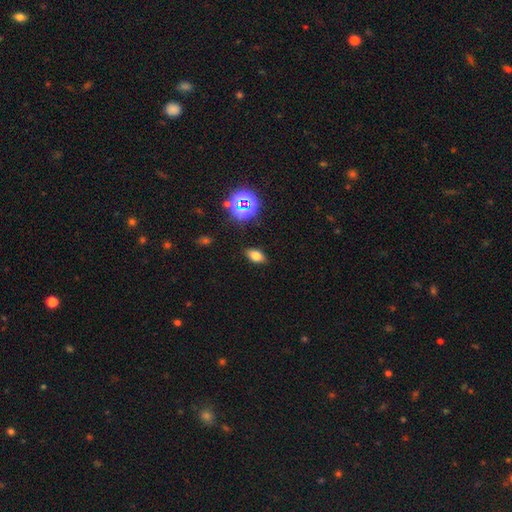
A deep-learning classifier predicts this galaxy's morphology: Smooth or featured: smooth — 70% (star or artifact — 19%)
How rounded: in between — 86% (round — 9%)
Merging: none — 87% (minor disturbance — 9%)